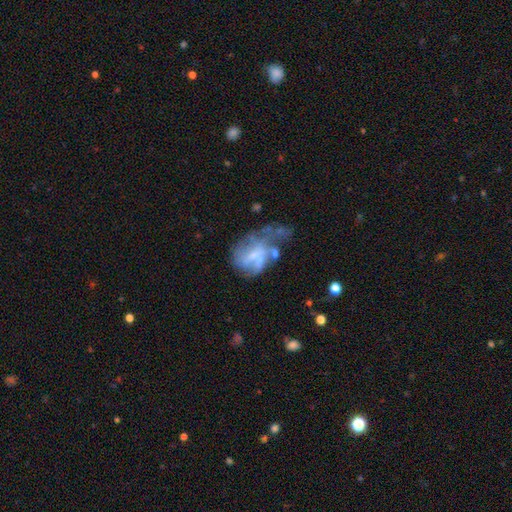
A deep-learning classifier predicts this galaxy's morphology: type=featured or disk (57%); edge-on=no (97%); bar=no (68%); spiral arms=no (70%); bulge=none (54%); merging=major disturbance (44%).